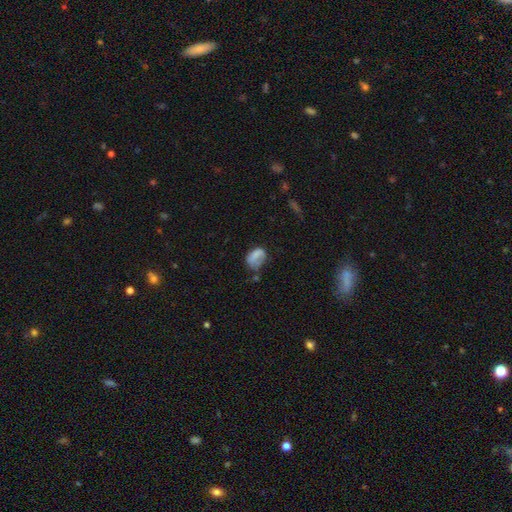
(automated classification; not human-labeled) This is likely a smooth galaxy (67%). How rounded: likely in between (79%). Merging: marginally minor disturbance (32%, tied with none).